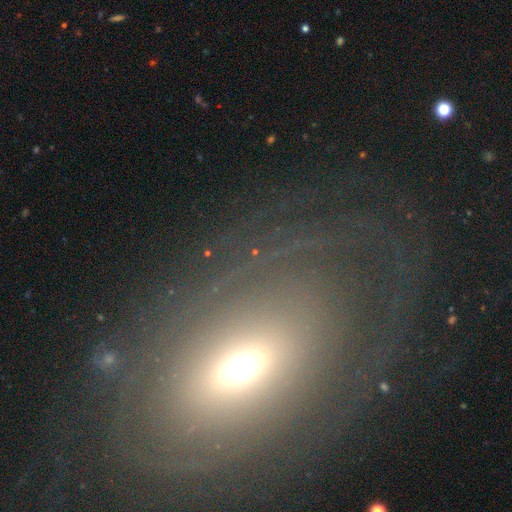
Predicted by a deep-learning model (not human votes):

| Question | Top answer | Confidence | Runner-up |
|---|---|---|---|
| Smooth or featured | featured or disk | 59% | smooth (27%) |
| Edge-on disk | no | 90% | yes (10%) |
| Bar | no | 64% | weak (25%) |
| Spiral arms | no | 51% | yes (49%) |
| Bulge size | moderate | 58% | large (18%) |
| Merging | none | 67% | major disturbance (16%) |